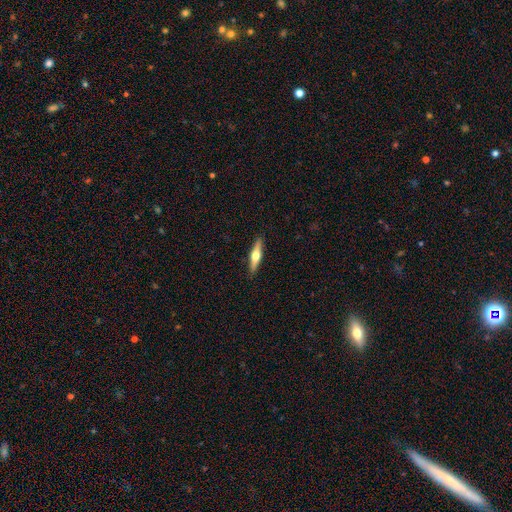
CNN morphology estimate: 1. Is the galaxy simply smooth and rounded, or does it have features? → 56% featured or disk, 38% smooth, 5% star or artifact.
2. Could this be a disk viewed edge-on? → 95% yes, 5% no.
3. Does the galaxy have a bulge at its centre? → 94% rounded, 3% boxy, 3% none.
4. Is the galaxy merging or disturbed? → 91% none, 7% minor disturbance, 2% major disturbance, 1% merger.